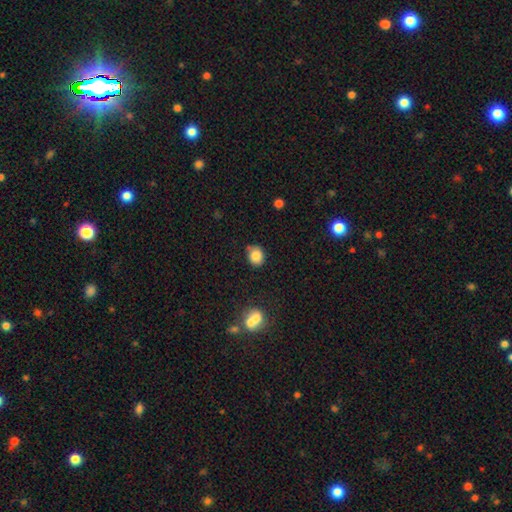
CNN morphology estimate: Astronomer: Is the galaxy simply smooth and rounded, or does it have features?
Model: smooth — 83%.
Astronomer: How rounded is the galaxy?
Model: round — 59% (runner-up: in between, 40%).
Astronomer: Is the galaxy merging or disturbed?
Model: none — 73%.